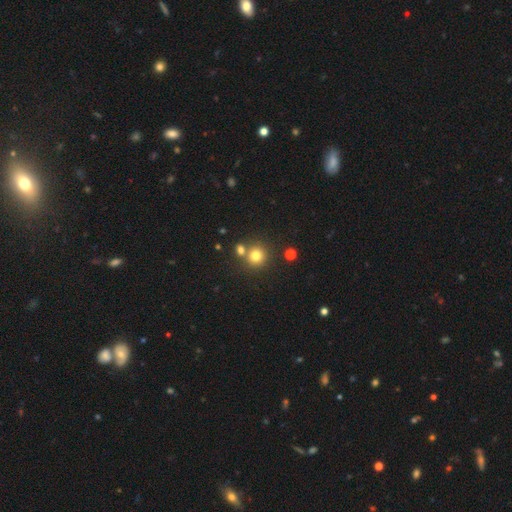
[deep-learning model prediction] A smooth galaxy with no disk features (78%) that is round (91%). Merging: none (69%).